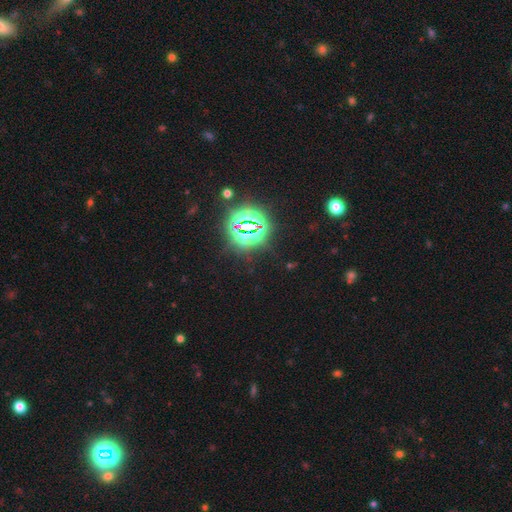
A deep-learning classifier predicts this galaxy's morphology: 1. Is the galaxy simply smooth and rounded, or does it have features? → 83% star or artifact, 11% smooth, 6% featured or disk.